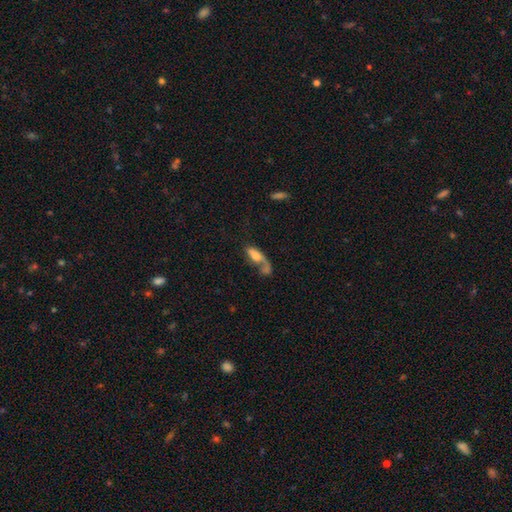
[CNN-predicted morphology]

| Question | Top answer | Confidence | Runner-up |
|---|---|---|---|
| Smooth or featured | smooth | 48% | featured or disk (44%) |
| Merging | major disturbance | 31% | merger (30%) |